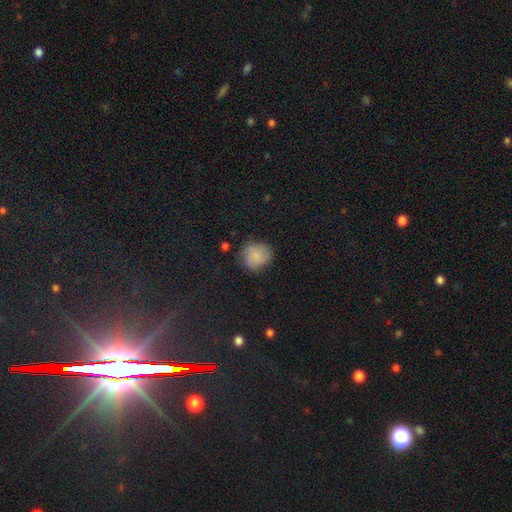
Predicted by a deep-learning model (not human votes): smooth_or_featured: smooth (p=0.73) [alt: featured or disk p=0.17]
how_rounded: round (p=0.84) [alt: in between p=0.15]
merging: none (p=0.73) [alt: minor disturbance p=0.20]